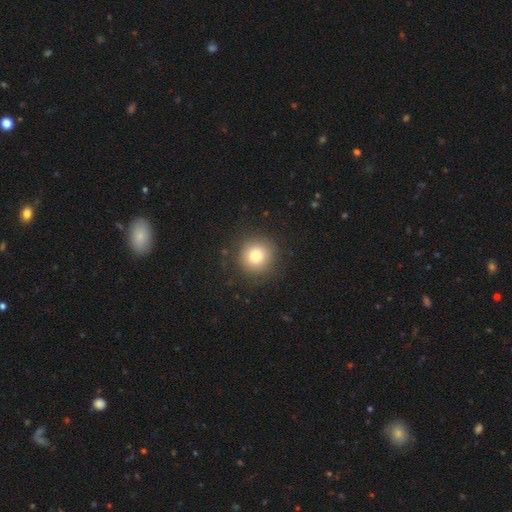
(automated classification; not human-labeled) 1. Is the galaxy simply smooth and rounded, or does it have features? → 80% smooth, 10% star or artifact, 9% featured or disk.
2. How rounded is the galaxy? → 94% round, 5% in between, 1% cigar-shaped.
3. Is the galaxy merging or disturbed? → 86% none, 9% minor disturbance, 4% major disturbance, 1% merger.